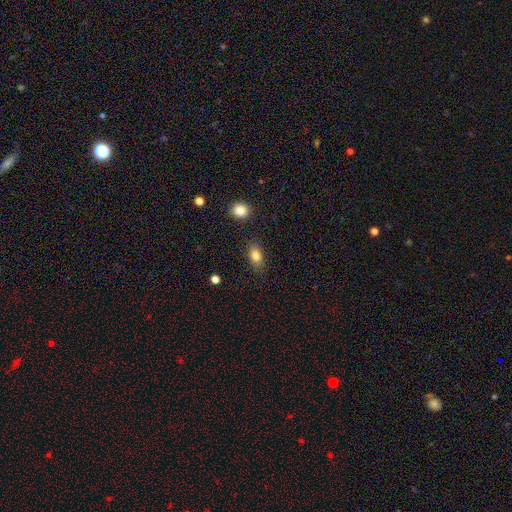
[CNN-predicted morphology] type=smooth (83%); roundness=in between (82%); merging=none (83%).